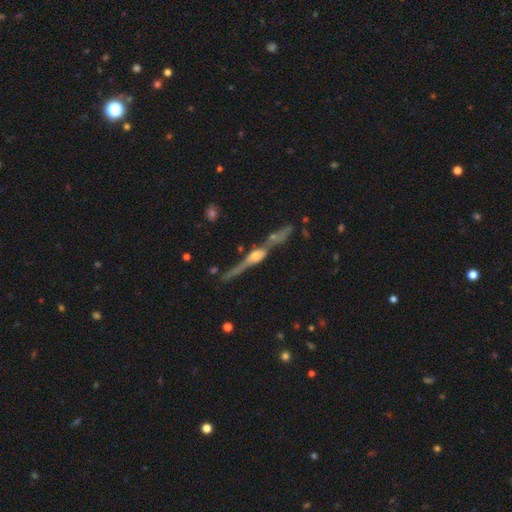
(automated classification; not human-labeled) featured or disk 77%, smooth 12%, star or artifact 11%. Down the decision tree: edge-on disk — yes (93%); edge-on bulge — rounded (84%); merging — none (59%).